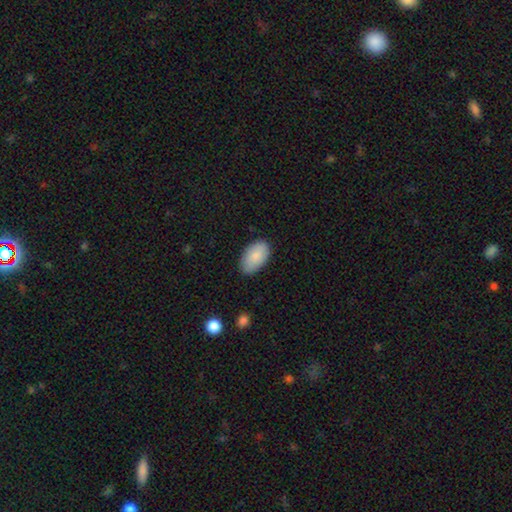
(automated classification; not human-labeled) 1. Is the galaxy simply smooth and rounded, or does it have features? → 86% smooth, 8% featured or disk, 6% star or artifact.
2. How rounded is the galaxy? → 95% in between, 3% round, 2% cigar-shaped.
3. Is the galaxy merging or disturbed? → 84% none, 13% minor disturbance, 2% major disturbance, 1% merger.